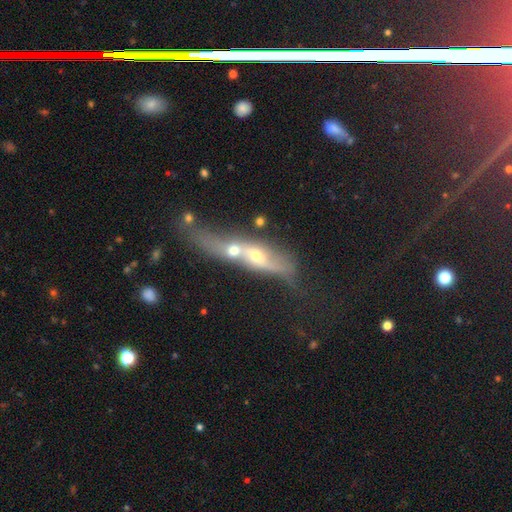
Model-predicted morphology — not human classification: A featured or disk galaxy (50%).

Vote fractions:
- Smooth or featured? featured or disk: 50% / smooth: 36% / star or artifact: 14%
- Edge-on disk? no: 56% / yes: 44%
- Merging? merger: 58% / none: 20% / major disturbance: 12% / minor disturbance: 10%